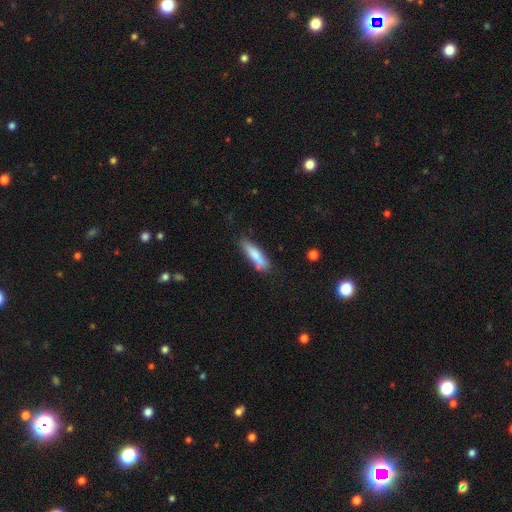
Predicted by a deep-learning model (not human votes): smooth_or_featured: smooth (p=0.74) [alt: featured or disk p=0.20]
how_rounded: cigar-shaped (p=0.71) [alt: in between p=0.28]
merging: none (p=0.61) [alt: minor disturbance p=0.19]